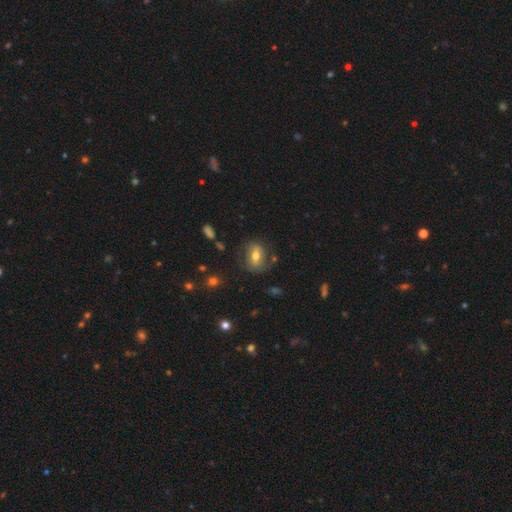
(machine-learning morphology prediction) smooth 55%, featured or disk 36%, star or artifact 9%. Down the decision tree: how rounded — in between (70%); merging — none (67%).